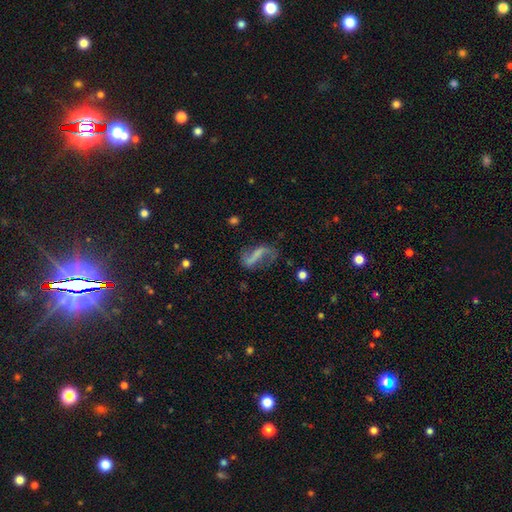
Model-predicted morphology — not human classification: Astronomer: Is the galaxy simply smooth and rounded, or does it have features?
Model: featured or disk — 63%.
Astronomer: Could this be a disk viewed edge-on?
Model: no — 92%.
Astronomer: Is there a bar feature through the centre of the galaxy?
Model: strong — 53%.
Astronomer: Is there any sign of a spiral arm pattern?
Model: yes — 75%.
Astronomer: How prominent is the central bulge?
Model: none — 66%.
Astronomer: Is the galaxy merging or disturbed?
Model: none — 48% (runner-up: major disturbance, 26%).